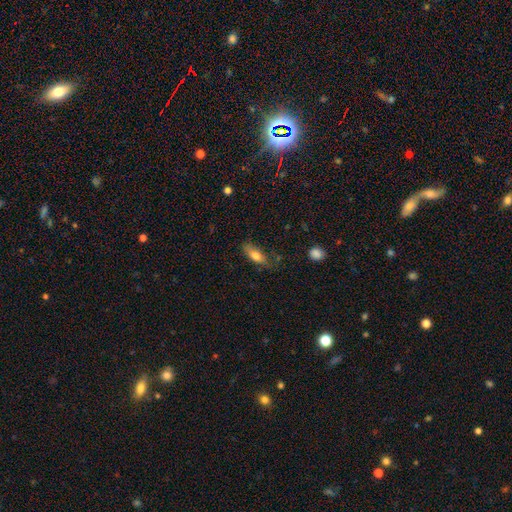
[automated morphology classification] The model was most divided on "how rounded": in between: 66%, cigar-shaped: 31%, round: 3%. More confident: smooth or featured — smooth (73%); merging — none (67%).